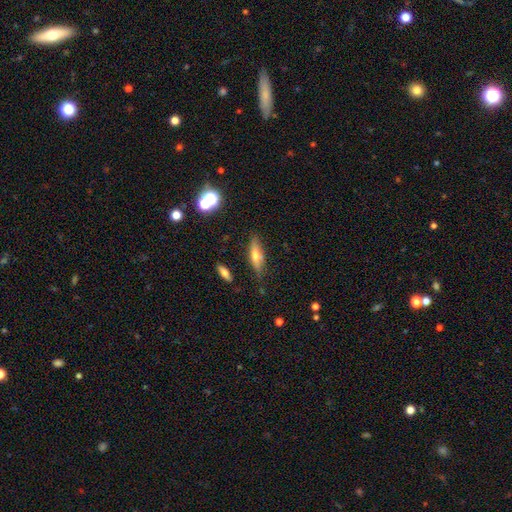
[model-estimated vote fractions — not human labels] The model was most divided on "smooth or featured": smooth: 47%, featured or disk: 43%, star or artifact: 10%. More confident: merging — none (78%).